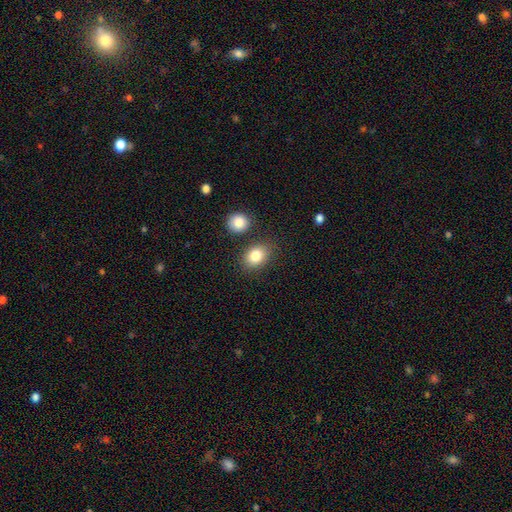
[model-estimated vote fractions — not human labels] Smooth or featured? smooth (83%)
How rounded? in between (69%)
Merging? none (75%)